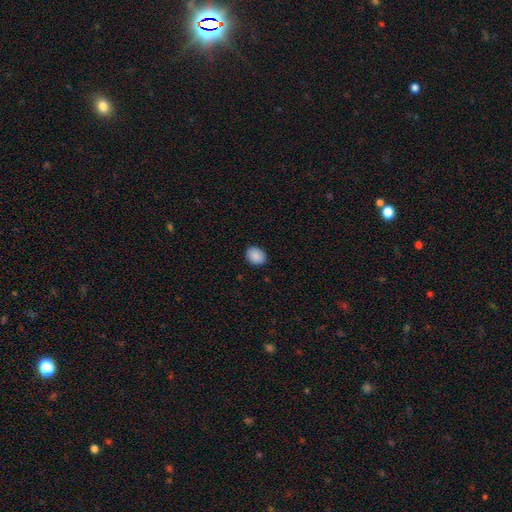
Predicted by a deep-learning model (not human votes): Smooth or featured? Predicted: smooth (p=0.89). How rounded? Predicted: in between (p=0.56). Merging? Predicted: none (p=0.88).